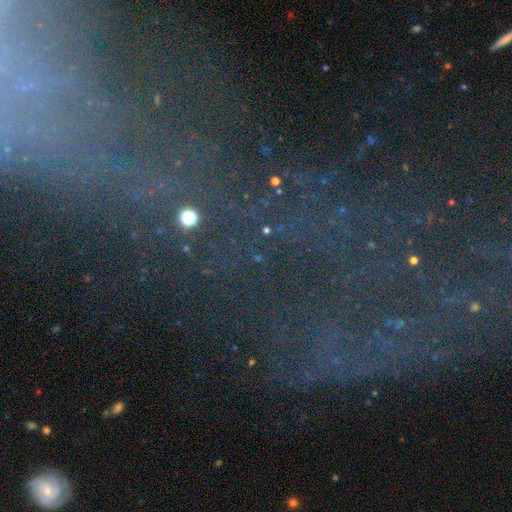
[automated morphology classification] A star or artifact, not a galaxy (68%).

Vote fractions:
- Smooth or featured? star or artifact: 68% / featured or disk: 19% / smooth: 13%